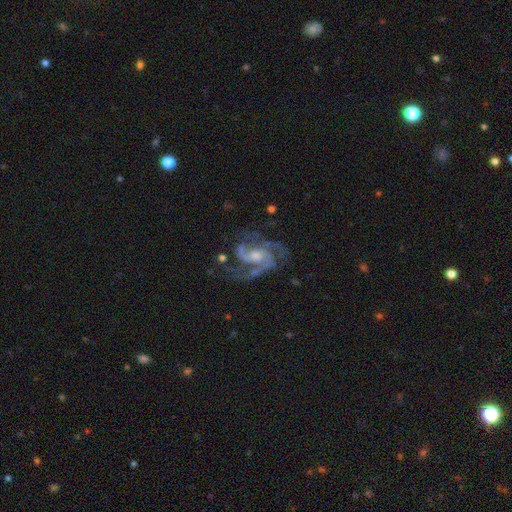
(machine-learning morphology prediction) smooth_or_featured: featured or disk (p=0.91) [alt: star or artifact p=0.06]
disk_edge_on: no (p=0.98) [alt: yes p=0.02]
bar: no (p=0.52) [alt: weak p=0.37]
has_spiral_arms: yes (p=0.98) [alt: no p=0.02]
spiral_winding: medium (p=0.56) [alt: tight p=0.29]
spiral_arm_count: 2 (p=0.41) [alt: 3 p=0.35]
bulge_size: moderate (p=0.52) [alt: small p=0.39]
merging: none (p=0.65) [alt: minor disturbance p=0.18]